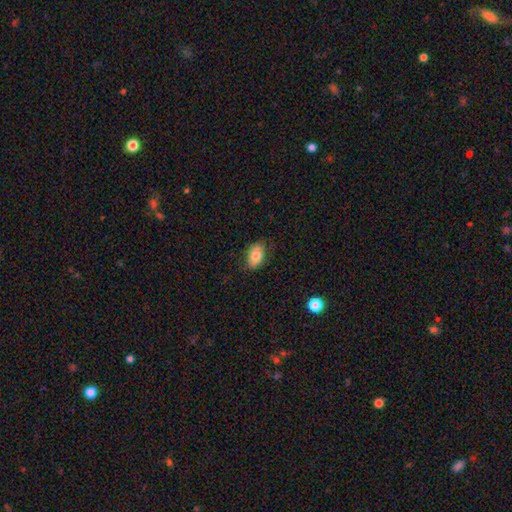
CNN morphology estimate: The model was most divided on "merging": none: 80%, minor disturbance: 16%, major disturbance: 4%, merger: 1%. More confident: how rounded — in between (88%); smooth or featured — smooth (80%).